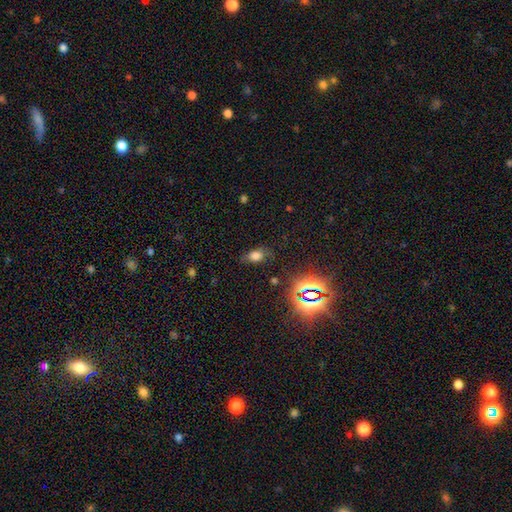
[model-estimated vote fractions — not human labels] This is likely a smooth galaxy (67%). How rounded: likely in between (80%). Merging: likely none (65%).